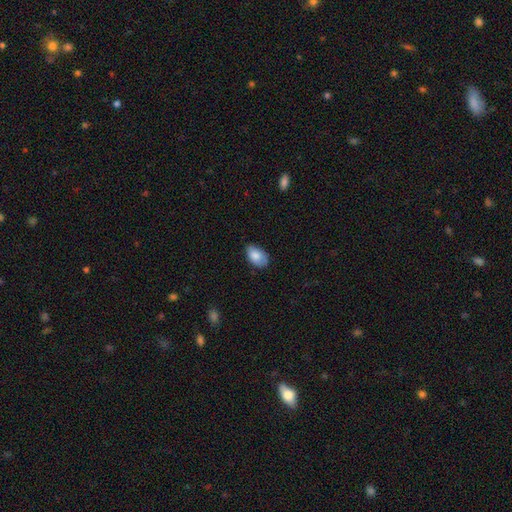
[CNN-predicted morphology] This is clearly a smooth galaxy (82%). How rounded: clearly in between (92%). Merging: likely none (70%).